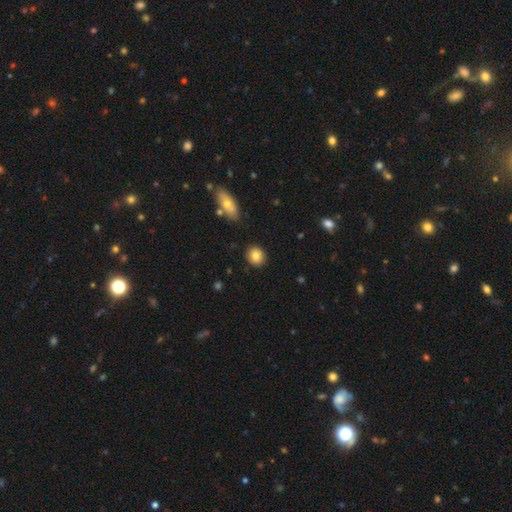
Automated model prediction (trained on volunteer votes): Smooth or featured? smooth (81%)
How rounded? round (74%)
Merging? none (88%)